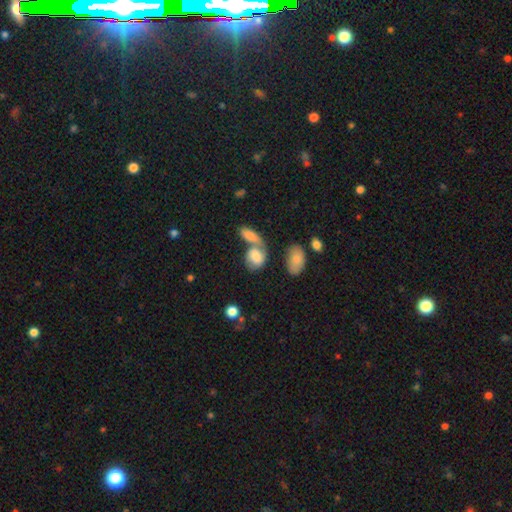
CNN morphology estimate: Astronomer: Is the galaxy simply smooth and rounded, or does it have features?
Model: smooth — 69%.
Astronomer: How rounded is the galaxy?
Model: in between — 76%.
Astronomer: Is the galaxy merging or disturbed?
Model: merger — 52% (runner-up: none, 28%).